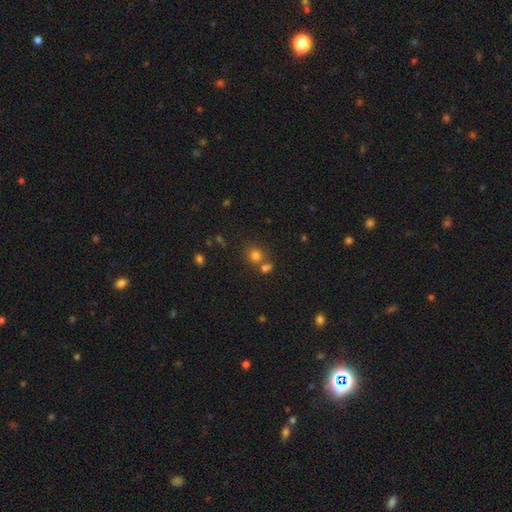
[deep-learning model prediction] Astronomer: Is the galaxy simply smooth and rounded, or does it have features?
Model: smooth — 77%.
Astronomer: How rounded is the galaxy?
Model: round — 83%.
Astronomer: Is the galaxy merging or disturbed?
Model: none — 59%.